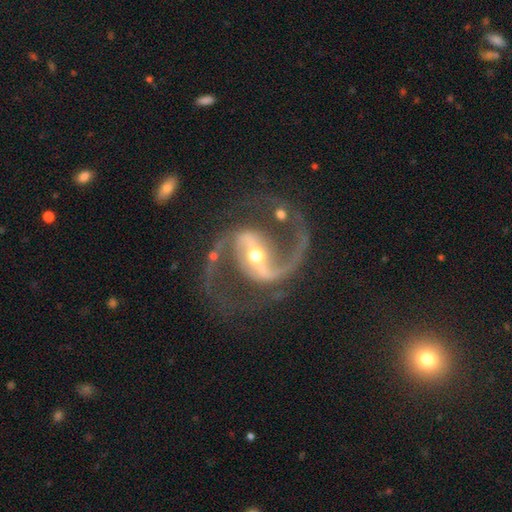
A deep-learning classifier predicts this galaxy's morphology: A featured or disk galaxy (93%) with a strong bar (68%), 2 (94%) medium (62%) spiral arms (98%) and a moderate central bulge (51%).

Vote fractions:
- Smooth or featured? featured or disk: 93% / star or artifact: 5% / smooth: 2%
- Edge-on disk? no: 98% / yes: 2%
- Bar? strong: 68% / weak: 24% / no: 9%
- Spiral arms? yes: 98% / no: 2%
- Spiral winding? medium: 62% / loose: 28% / tight: 9%
- Spiral arm count? 2: 94% / 1: 1% / 3: 1% / can't tell: 1% / 4: 1% / more than 4: 1%
- Bulge size? moderate: 51% / small: 45% / large: 3% / none: 1% / dominant: 1%
- Merging? none: 77% / minor disturbance: 12% / major disturbance: 9% / merger: 2%